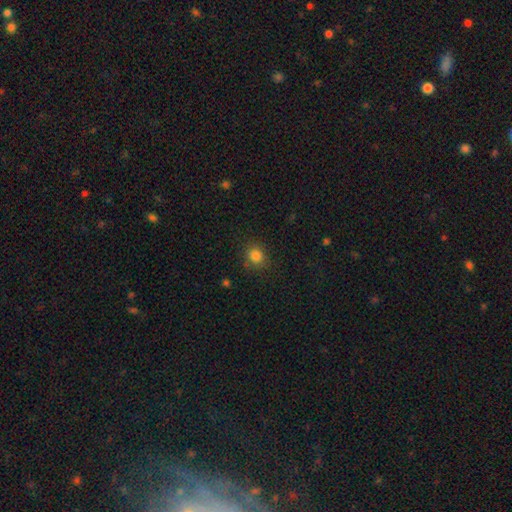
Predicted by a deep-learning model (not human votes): The model was most divided on "how rounded": round: 80%, in between: 19%, cigar-shaped: 1%. More confident: merging — none (83%); smooth or featured — smooth (82%).